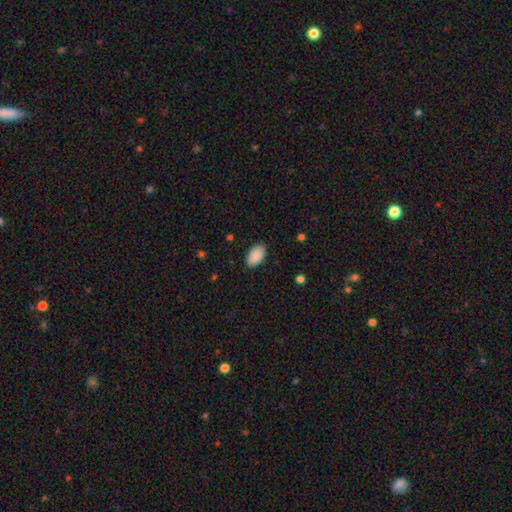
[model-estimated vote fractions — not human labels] Smooth or featured? Predicted: smooth (p=0.90). How rounded? Predicted: in between (p=0.95). Merging? Predicted: none (p=0.86).